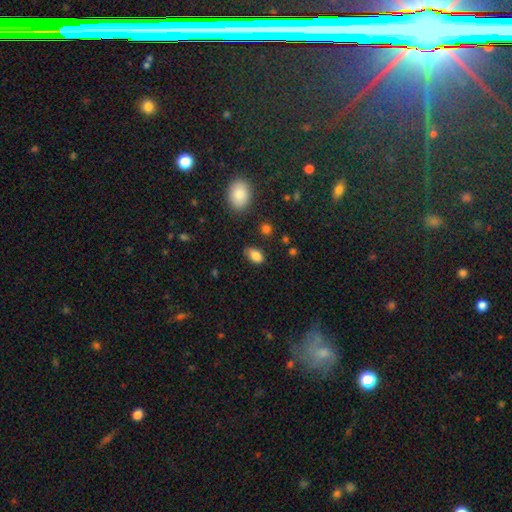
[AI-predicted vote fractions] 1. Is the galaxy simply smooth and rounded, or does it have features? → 85% smooth, 9% star or artifact, 6% featured or disk.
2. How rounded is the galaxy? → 89% in between, 9% round, 2% cigar-shaped.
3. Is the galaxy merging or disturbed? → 70% none, 23% minor disturbance, 5% major disturbance, 2% merger.